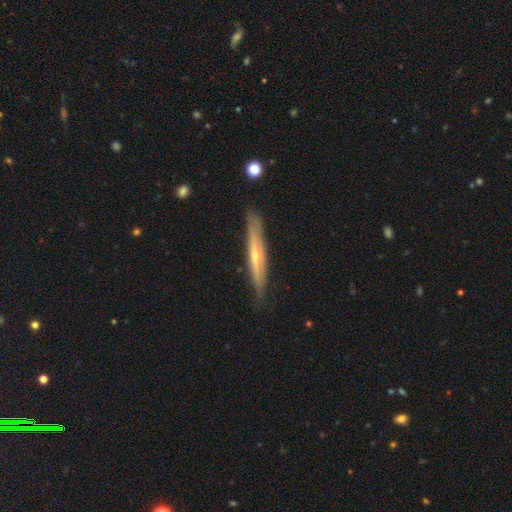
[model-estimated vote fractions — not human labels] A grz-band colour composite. It shows a featured or disk galaxy (66%) viewed edge-on (92%) with a rounded central bulge (63%). Merging: none (84%).